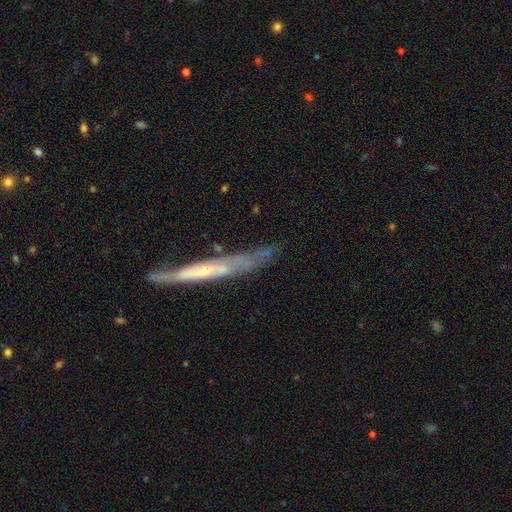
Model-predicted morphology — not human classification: Smooth or featured?
  - featured or disk: 70% *
  - smooth: 23%
  - star or artifact: 7%
Edge-on disk?
  - yes: 83% *
  - no: 17%
Edge-on bulge?
  - none: 61% *
  - rounded: 32%
  - boxy: 7%
Merging?
  - none: 62% *
  - minor disturbance: 25%
  - major disturbance: 9%
  - merger: 4%